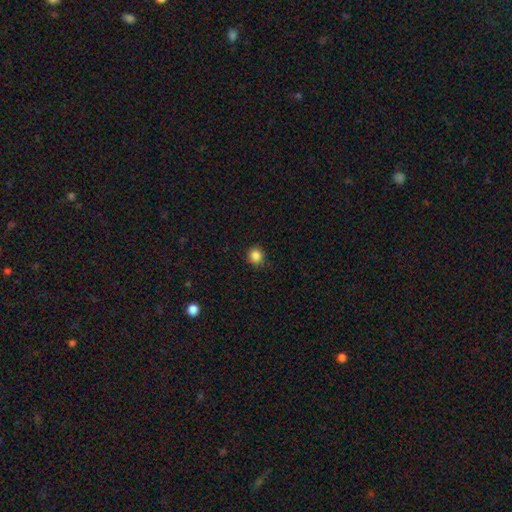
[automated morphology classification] Overall: smooth (86%). How rounded: round (88%). Merging: none (88%).